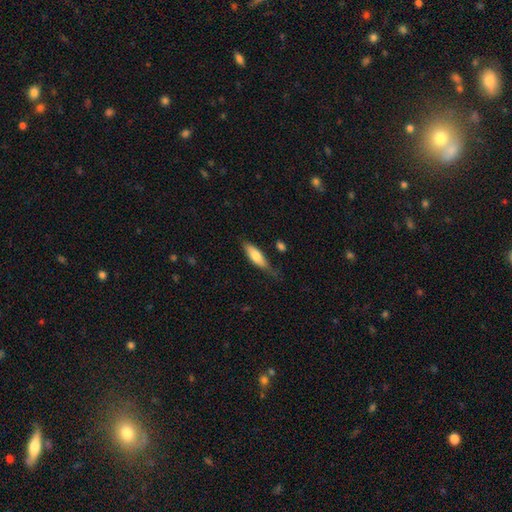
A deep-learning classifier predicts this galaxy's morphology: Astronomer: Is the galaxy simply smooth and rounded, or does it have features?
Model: smooth — 72%.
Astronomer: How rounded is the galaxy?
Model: in between — 54% (runner-up: cigar-shaped, 44%).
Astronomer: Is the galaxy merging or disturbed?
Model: none — 61%.